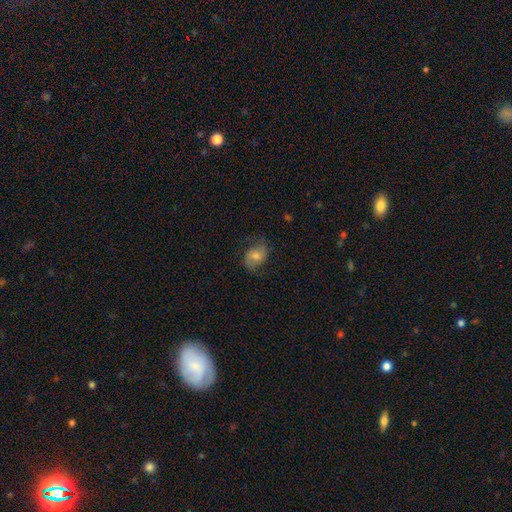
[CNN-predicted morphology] smooth_or_featured: smooth (p=0.57) [alt: featured or disk p=0.34]
how_rounded: in between (p=0.67) [alt: round p=0.32]
merging: none (p=0.67) [alt: minor disturbance p=0.21]